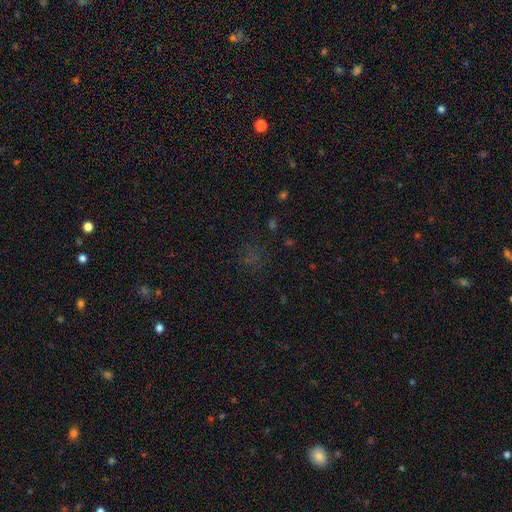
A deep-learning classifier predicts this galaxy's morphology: type=star or artifact (59%).